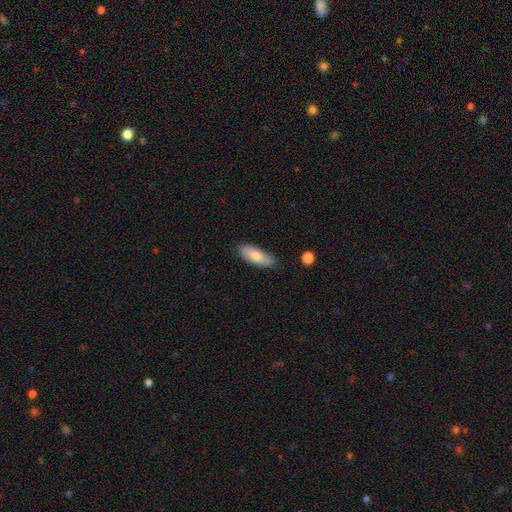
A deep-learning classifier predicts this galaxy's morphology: Smooth or featured: smooth — 77% (featured or disk — 17%)
How rounded: in between — 70% (cigar-shaped — 28%)
Merging: none — 79% (minor disturbance — 16%)